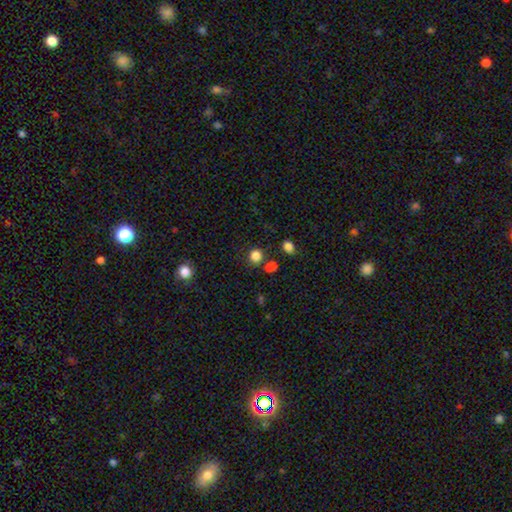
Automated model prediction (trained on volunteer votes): Q: Smooth or featured?
A: smooth (83%); runner-up: star or artifact (13%)
Q: How rounded?
A: round (81%); runner-up: in between (18%)
Q: Merging?
A: none (77%); runner-up: minor disturbance (10%)